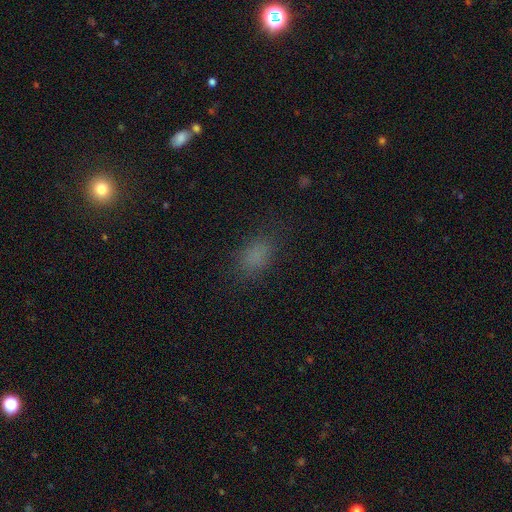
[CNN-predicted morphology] Smooth or featured? Predicted: smooth (p=0.77). How rounded? Predicted: in between (p=0.82). Merging? Predicted: none (p=0.77).